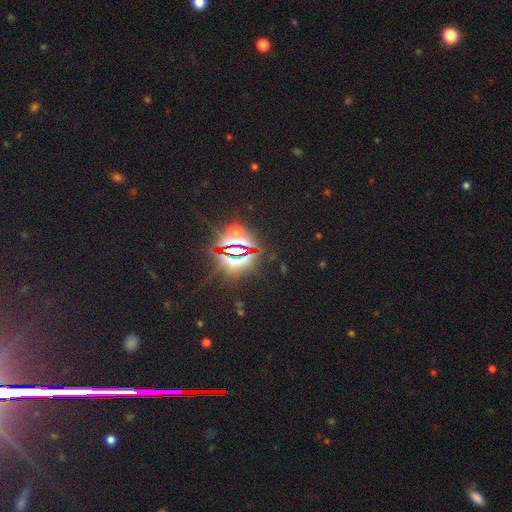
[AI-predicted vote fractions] A star or artifact, not a galaxy (84%).